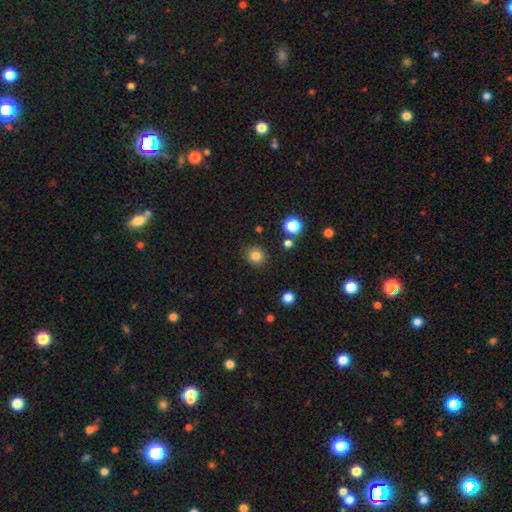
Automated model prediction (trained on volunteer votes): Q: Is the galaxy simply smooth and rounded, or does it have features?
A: smooth — 83%.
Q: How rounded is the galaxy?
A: round — 87%.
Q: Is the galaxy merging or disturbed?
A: none — 88%.